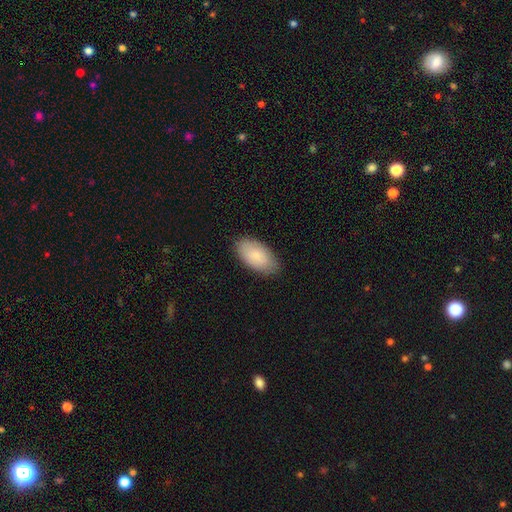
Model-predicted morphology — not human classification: smooth-or-featured: smooth: 85% | featured or disk: 10% | star or artifact: 6%
  how-rounded: in between: 95% | round: 3% | cigar-shaped: 2%
  merging: none: 83% | minor disturbance: 14% | major disturbance: 3% | merger: 1%